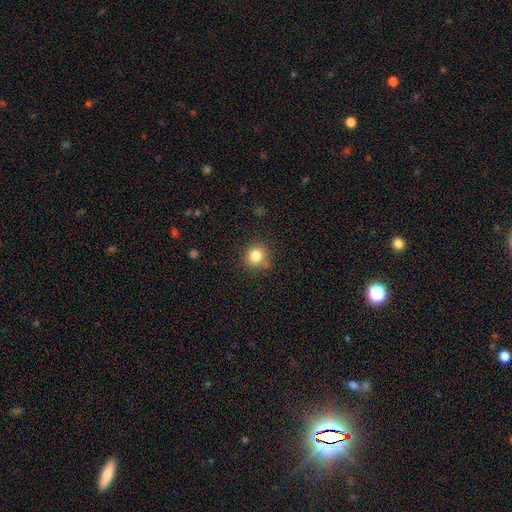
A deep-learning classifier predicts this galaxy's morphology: Smooth or featured?
  - smooth: 82% *
  - star or artifact: 12%
  - featured or disk: 6%
How rounded?
  - round: 89% *
  - in between: 10%
  - cigar-shaped: 1%
Merging?
  - none: 82% *
  - minor disturbance: 11%
  - merger: 4%
  - major disturbance: 3%